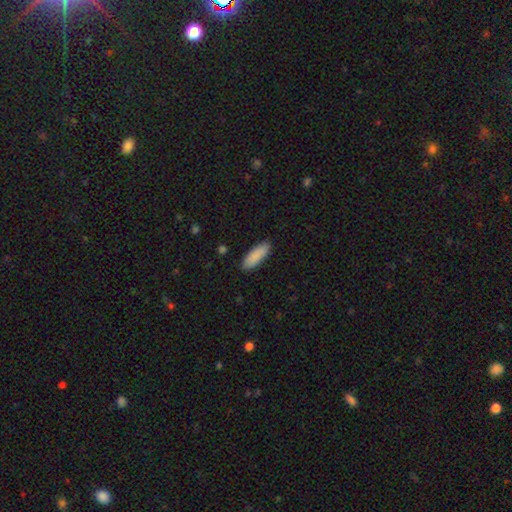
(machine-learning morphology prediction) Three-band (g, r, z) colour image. It shows a smooth galaxy with no disk features (89%) that is in between round and cigar-shaped (56%). Merging: none (88%).